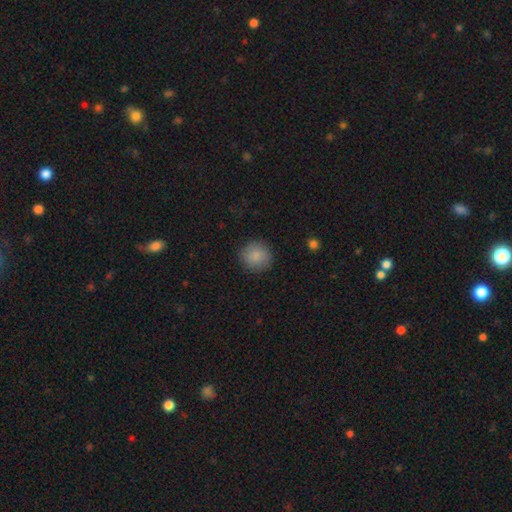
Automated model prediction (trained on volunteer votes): This appears to be a smooth galaxy with no disk features (86%) that is round (92%). Merging: none (88%).